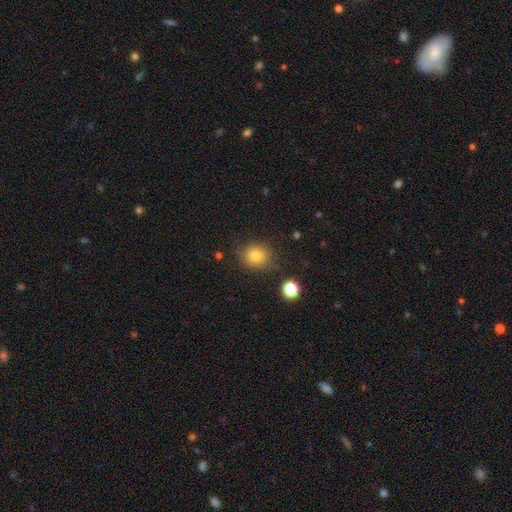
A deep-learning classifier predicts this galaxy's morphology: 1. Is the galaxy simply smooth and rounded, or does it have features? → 79% smooth, 12% star or artifact, 8% featured or disk.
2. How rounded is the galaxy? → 73% round, 26% in between, 1% cigar-shaped.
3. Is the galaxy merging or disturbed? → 77% none, 16% minor disturbance, 4% major disturbance, 3% merger.